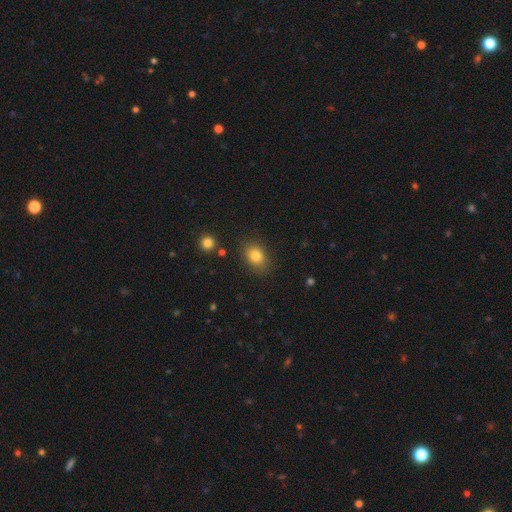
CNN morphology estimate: A smooth galaxy with no disk features (81%) that is in between round and cigar-shaped (68%).

Vote fractions:
- Smooth or featured? smooth: 81% / star or artifact: 11% / featured or disk: 8%
- How rounded? in between: 68% / round: 31% / cigar-shaped: 1%
- Merging? none: 82% / minor disturbance: 12% / major disturbance: 3% / merger: 2%